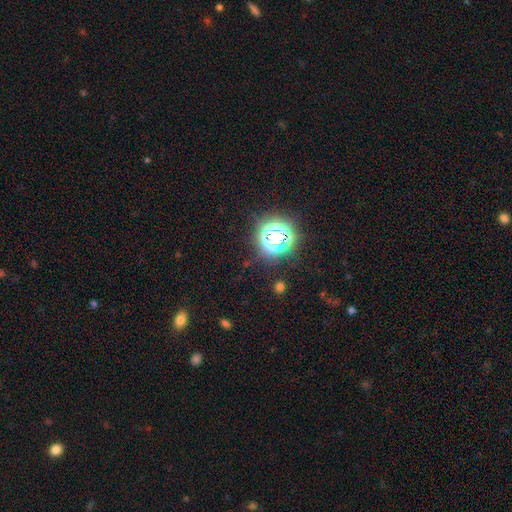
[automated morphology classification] smooth-or-featured: star or artifact: 77% | smooth: 18% | featured or disk: 5%